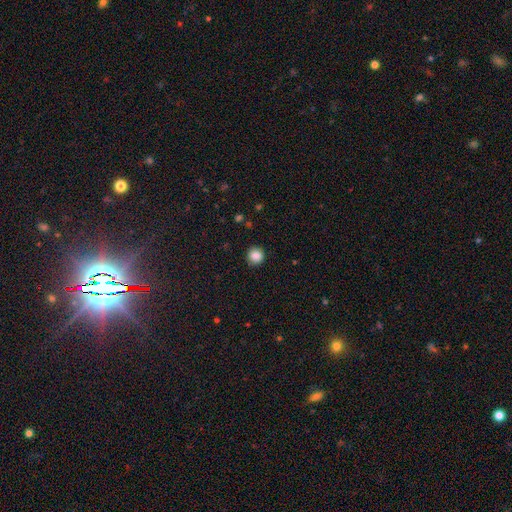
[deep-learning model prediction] Smooth or featured: smooth — 87% (star or artifact — 10%)
How rounded: round — 94% (in between — 5%)
Merging: none — 92% (minor disturbance — 5%)